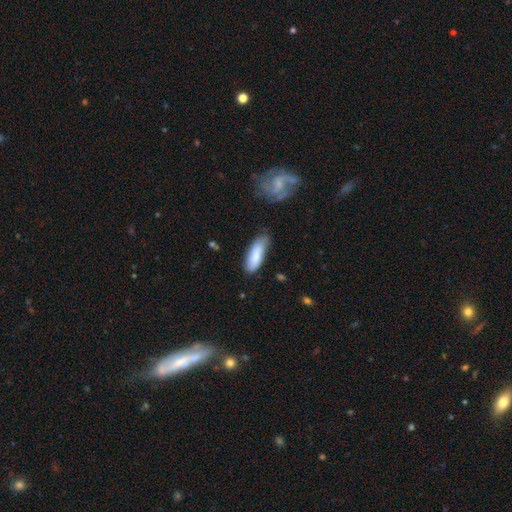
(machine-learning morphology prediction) Overall: smooth (82%). How rounded: in between (64%; cigar-shaped 34%). Merging: none (63%; minor disturbance 28%).